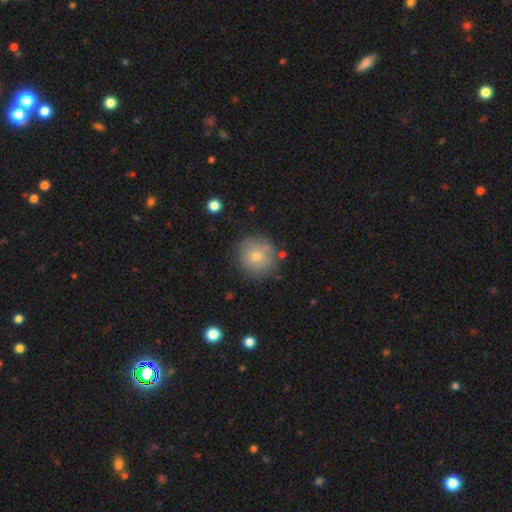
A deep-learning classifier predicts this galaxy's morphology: smooth_or_featured: smooth (p=0.69) [alt: featured or disk p=0.20]
how_rounded: round (p=0.93) [alt: in between p=0.06]
merging: none (p=0.81) [alt: minor disturbance p=0.13]